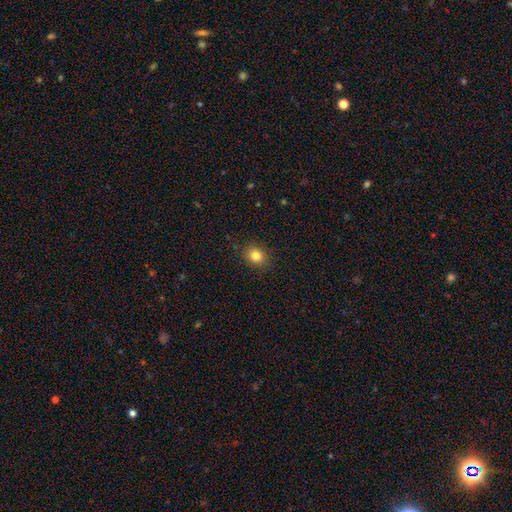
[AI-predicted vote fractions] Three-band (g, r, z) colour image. It shows a smooth galaxy with no disk features (83%) that is round (63%). Merging: none (88%).